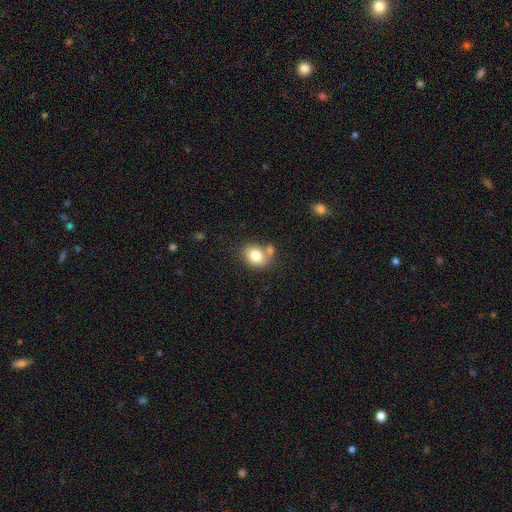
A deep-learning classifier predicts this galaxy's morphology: Smooth or featured? Predicted: smooth (p=0.79). How rounded? Predicted: round (p=0.54). Merging? Predicted: none (p=0.54).